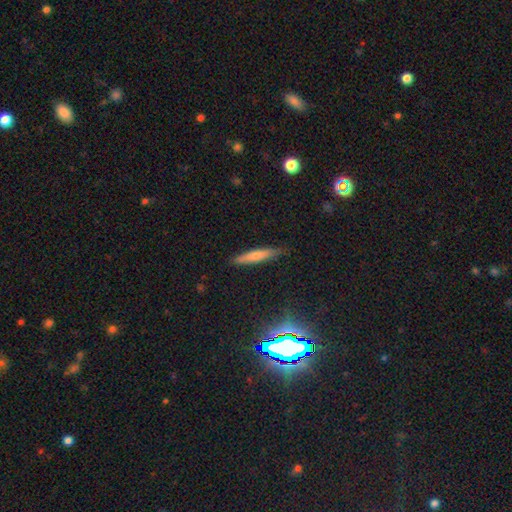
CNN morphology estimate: Q: Smooth or featured?
A: smooth (69%); runner-up: featured or disk (23%)
Q: How rounded?
A: cigar-shaped (90%); runner-up: in between (9%)
Q: Merging?
A: none (85%); runner-up: minor disturbance (12%)